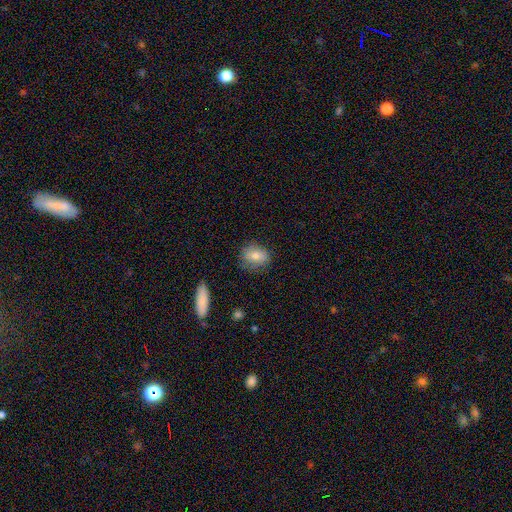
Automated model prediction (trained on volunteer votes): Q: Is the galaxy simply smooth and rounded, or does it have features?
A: smooth — 76%.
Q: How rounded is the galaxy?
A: in between — 51%.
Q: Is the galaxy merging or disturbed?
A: none — 78%.